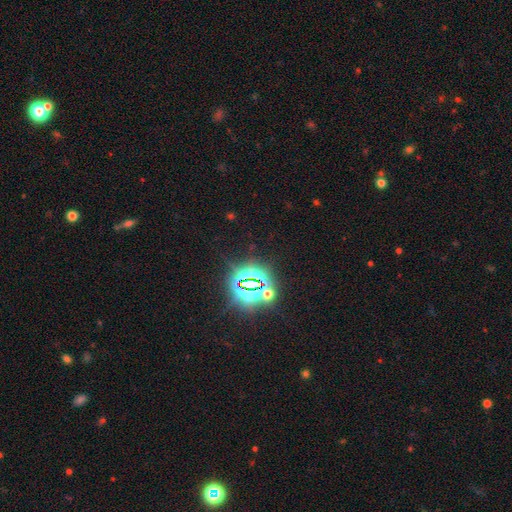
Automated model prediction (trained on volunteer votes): smooth-or-featured: star or artifact: 81% | smooth: 13% | featured or disk: 6%